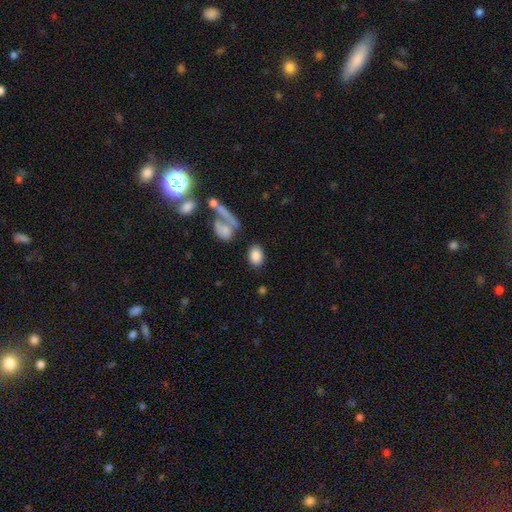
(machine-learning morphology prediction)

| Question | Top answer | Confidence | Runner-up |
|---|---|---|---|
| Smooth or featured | smooth | 84% | featured or disk (8%) |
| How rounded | in between | 81% | round (18%) |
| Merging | none | 75% | minor disturbance (11%) |